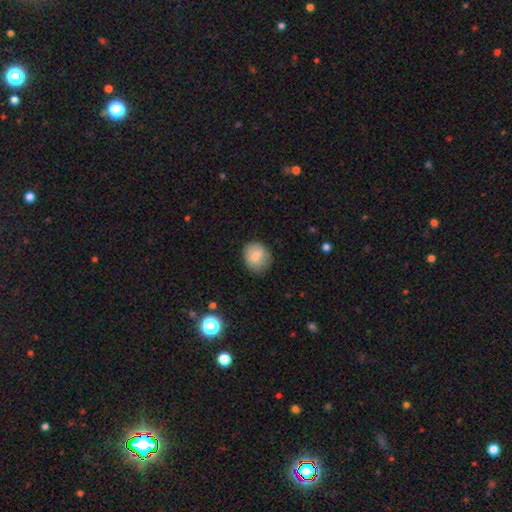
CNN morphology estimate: Smooth or featured? Predicted: smooth (p=0.76). How rounded? Predicted: round (p=0.62). Merging? Predicted: none (p=0.78).